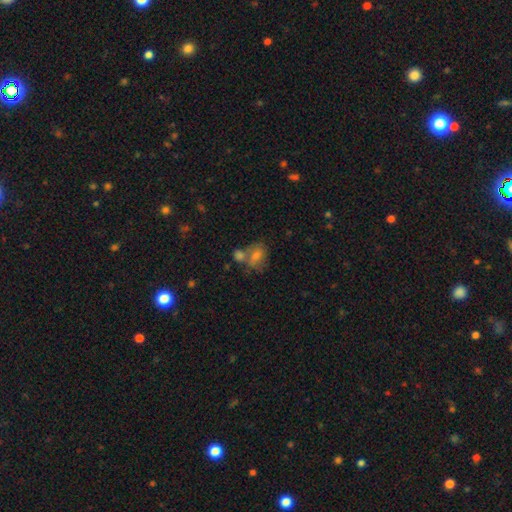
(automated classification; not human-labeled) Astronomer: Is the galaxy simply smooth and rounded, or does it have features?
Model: smooth — 60%.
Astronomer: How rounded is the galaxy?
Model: in between — 59% (runner-up: round, 38%).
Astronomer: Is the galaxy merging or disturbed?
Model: none — 47% (runner-up: merger, 33%).